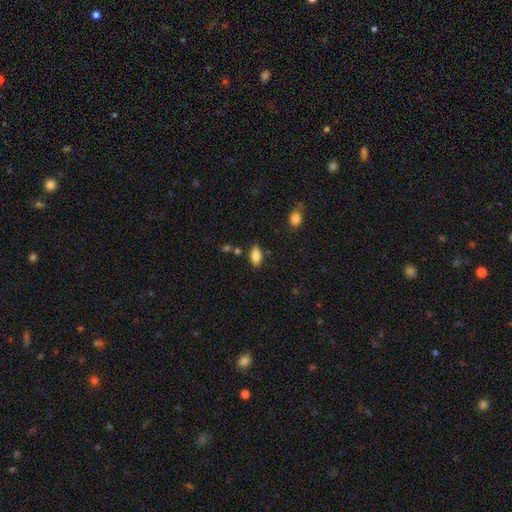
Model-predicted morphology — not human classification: This is likely a smooth galaxy (78%). How rounded: clearly in between (85%). Merging: clearly none (82%).